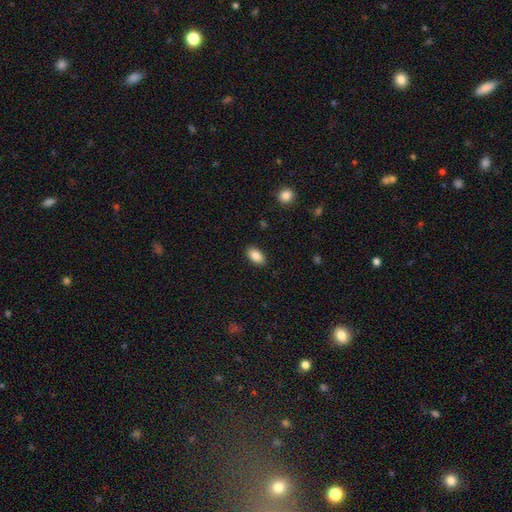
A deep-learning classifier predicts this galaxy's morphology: Overall: smooth (87%). How rounded: in between (93%). Merging: none (88%).